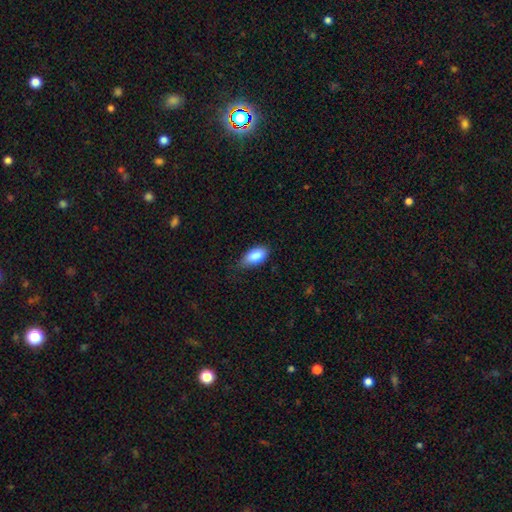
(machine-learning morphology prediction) The model was most divided on "merging": none: 68%, minor disturbance: 27%, major disturbance: 5%, merger: 1%. More confident: how rounded — in between (91%); smooth or featured — smooth (87%).